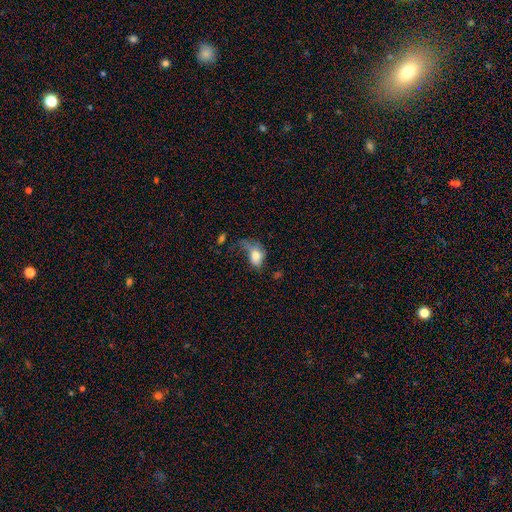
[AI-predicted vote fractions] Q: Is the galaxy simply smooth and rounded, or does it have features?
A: smooth — 69%.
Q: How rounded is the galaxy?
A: in between — 79%.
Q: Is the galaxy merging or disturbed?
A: major disturbance — 52%.